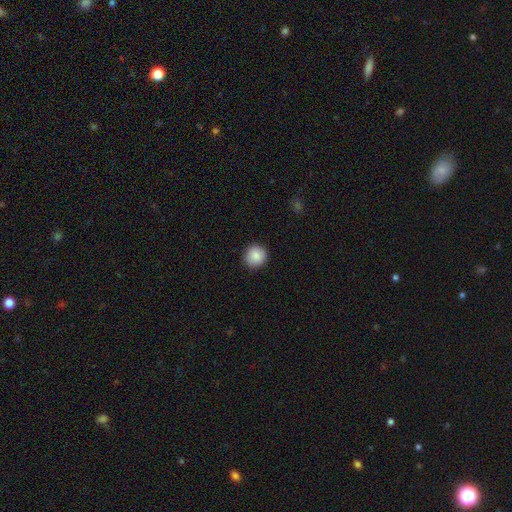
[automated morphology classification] Smooth or featured: smooth — 88% (star or artifact — 8%)
How rounded: round — 93% (in between — 6%)
Merging: none — 91% (minor disturbance — 6%)